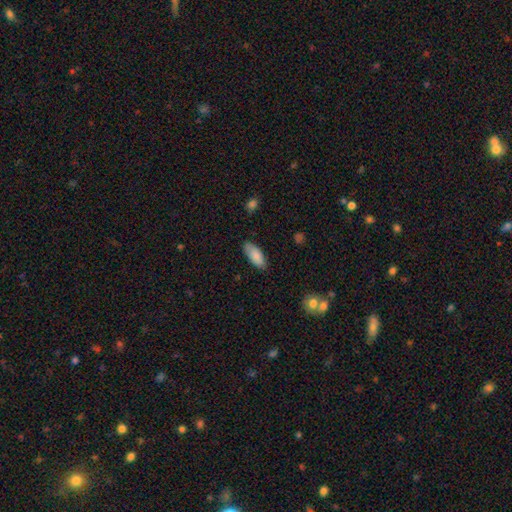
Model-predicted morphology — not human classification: smooth 85%, featured or disk 9%, star or artifact 6%. Down the decision tree: how rounded — in between (85%); merging — none (81%).